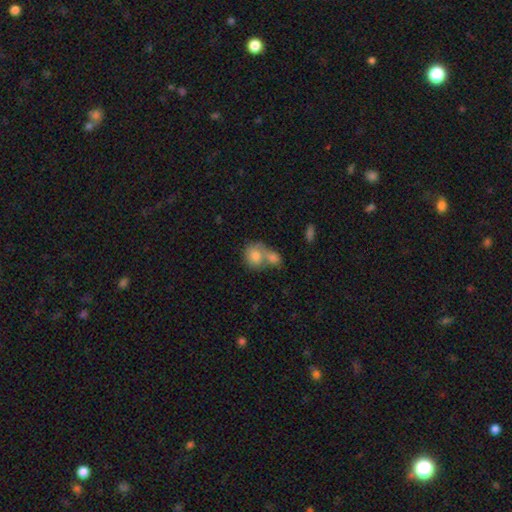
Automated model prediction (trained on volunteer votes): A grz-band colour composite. It shows a smooth galaxy with no disk features (78%) that is round (59%). Merging: merger (63%).